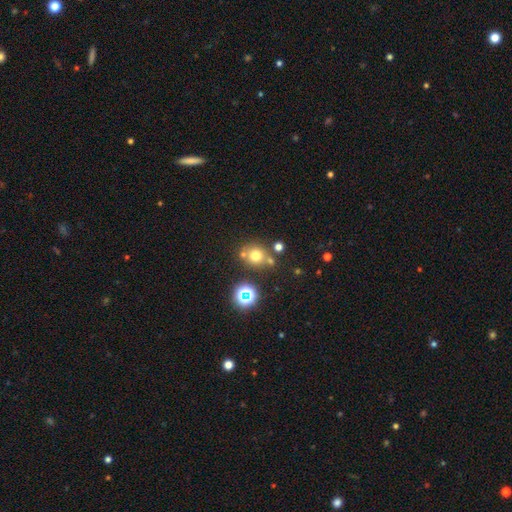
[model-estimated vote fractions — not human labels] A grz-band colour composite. It shows a smooth galaxy with no disk features (67%) that is round (85%). Merging: none (68%).